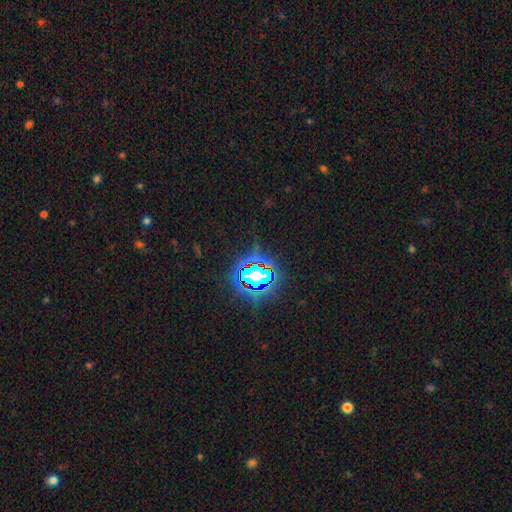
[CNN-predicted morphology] smooth-or-featured: star or artifact: 80% | smooth: 12% | featured or disk: 8%